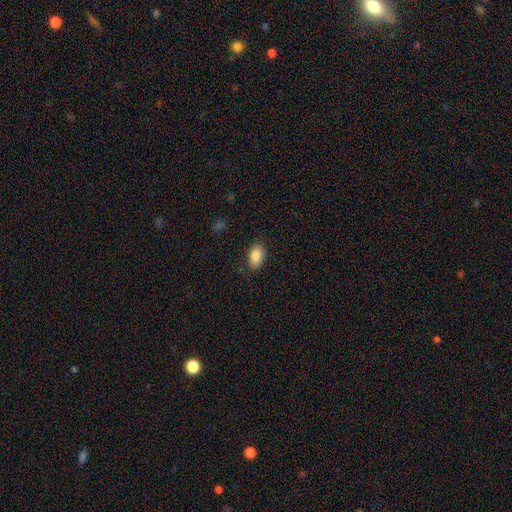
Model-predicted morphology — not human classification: Smooth or featured? Predicted: smooth (p=0.86). How rounded? Predicted: in between (p=0.92). Merging? Predicted: none (p=0.84).